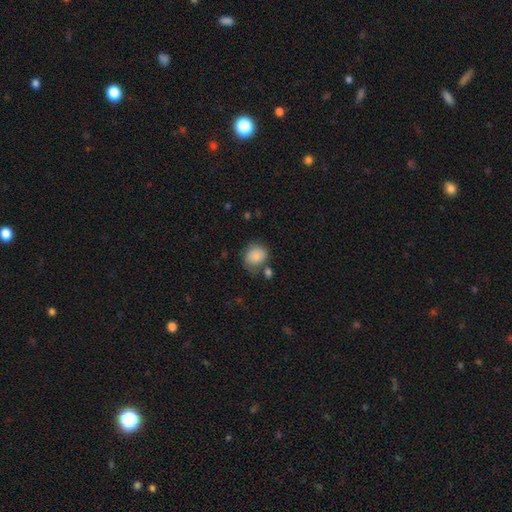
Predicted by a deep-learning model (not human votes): Morphology: type=smooth (84%); roundness=round (70%); merging=none (55%).